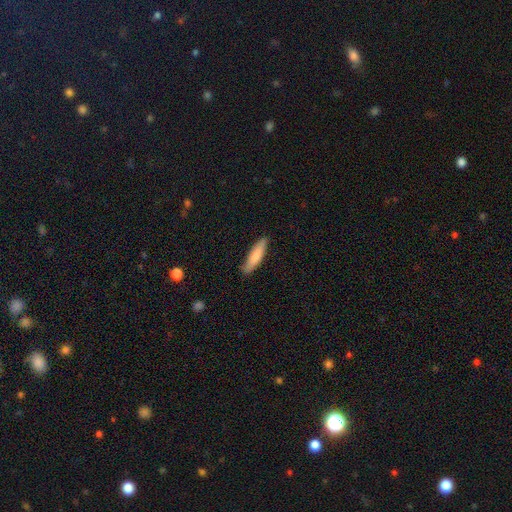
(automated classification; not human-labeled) smooth_or_featured: smooth (p=0.78) [alt: featured or disk p=0.16]
how_rounded: cigar-shaped (p=0.77) [alt: in between p=0.21]
merging: none (p=0.86) [alt: minor disturbance p=0.11]